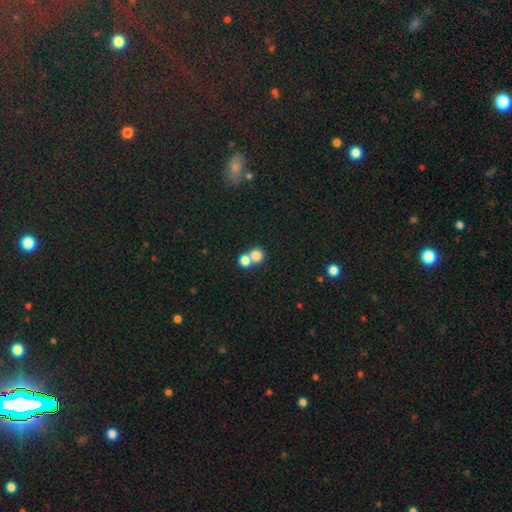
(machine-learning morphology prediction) Q: Smooth or featured?
A: smooth (78%); runner-up: star or artifact (11%)
Q: How rounded?
A: round (83%); runner-up: in between (16%)
Q: Merging?
A: merger (56%); runner-up: none (36%)